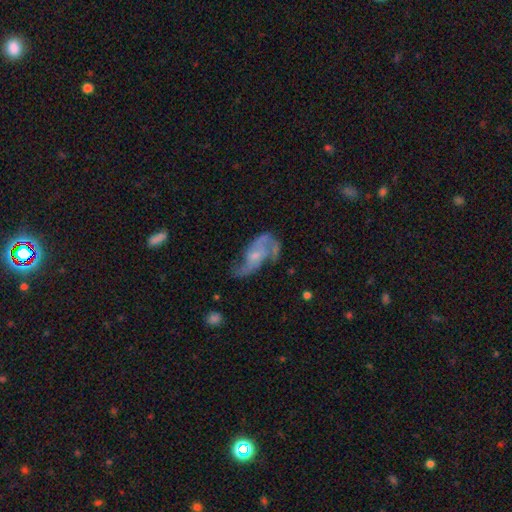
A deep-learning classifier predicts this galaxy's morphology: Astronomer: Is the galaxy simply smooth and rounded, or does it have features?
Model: featured or disk — 79%.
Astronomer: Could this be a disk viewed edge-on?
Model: no — 95%.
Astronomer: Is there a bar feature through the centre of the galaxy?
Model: no — 62%.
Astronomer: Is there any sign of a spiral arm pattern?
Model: yes — 89%.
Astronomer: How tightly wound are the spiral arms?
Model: loose — 52% (runner-up: medium, 36%).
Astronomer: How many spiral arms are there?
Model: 2 — 71%.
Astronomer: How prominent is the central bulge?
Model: small — 54% (runner-up: moderate, 30%).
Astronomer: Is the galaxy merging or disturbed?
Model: none — 47% (runner-up: major disturbance, 26%).